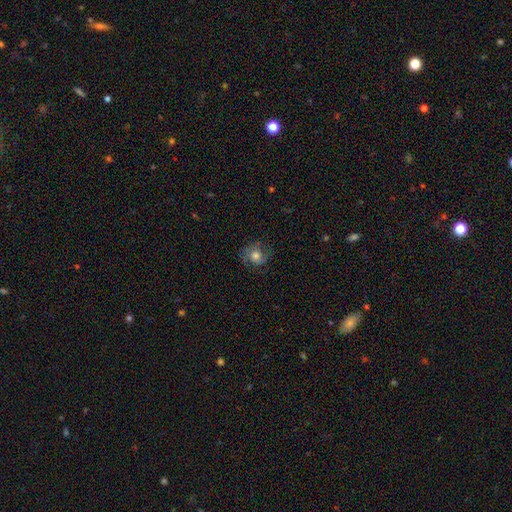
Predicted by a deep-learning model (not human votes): This appears to be a smooth galaxy with no disk features (47%). Merging: none (72%).